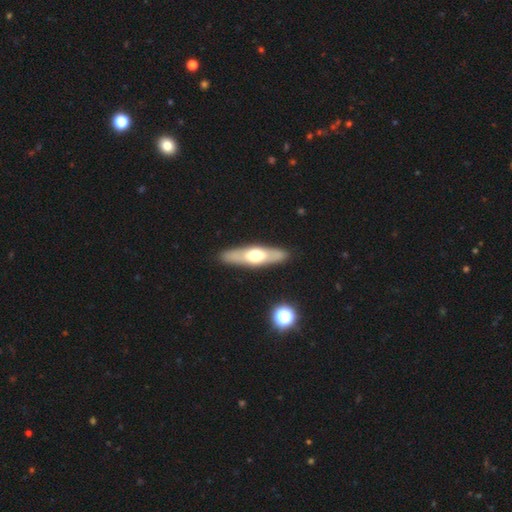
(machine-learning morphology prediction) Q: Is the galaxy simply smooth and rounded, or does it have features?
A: featured or disk — 52%.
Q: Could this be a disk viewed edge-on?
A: yes — 73%.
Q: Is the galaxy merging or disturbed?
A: none — 89%.